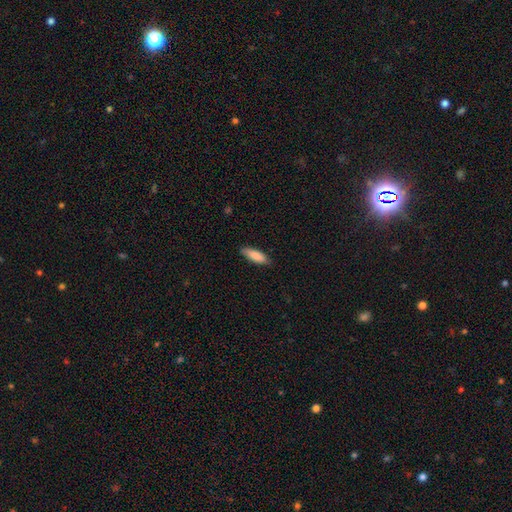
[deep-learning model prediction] smooth-or-featured: smooth: 87% | featured or disk: 8% | star or artifact: 6%
  how-rounded: in between: 56% | cigar-shaped: 42% | round: 2%
  merging: none: 85% | minor disturbance: 12% | major disturbance: 2% | merger: 1%